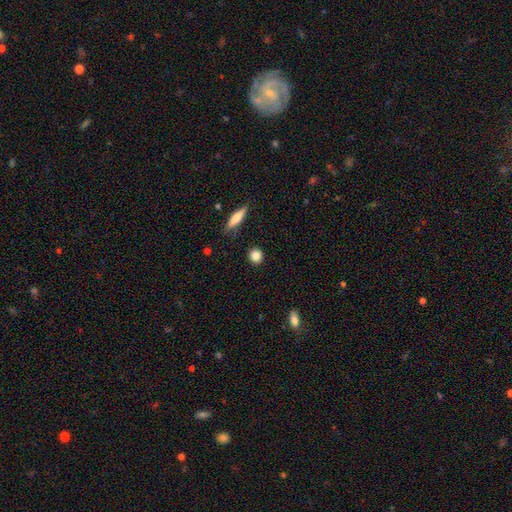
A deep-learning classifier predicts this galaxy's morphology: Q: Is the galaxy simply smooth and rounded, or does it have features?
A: smooth — 84%.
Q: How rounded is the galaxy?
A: round — 88%.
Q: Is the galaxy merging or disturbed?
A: none — 90%.